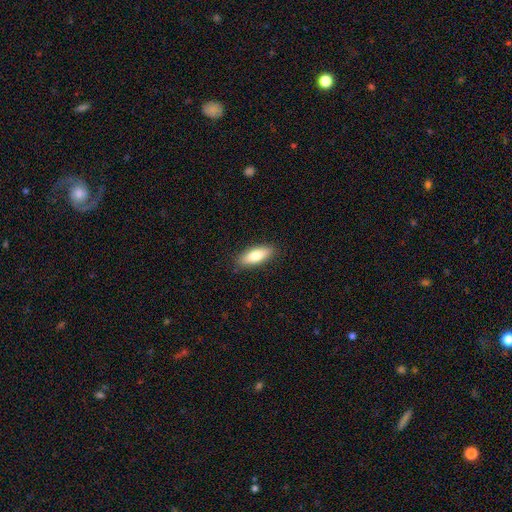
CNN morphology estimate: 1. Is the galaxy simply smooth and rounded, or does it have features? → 76% smooth, 18% featured or disk, 6% star or artifact.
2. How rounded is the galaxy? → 67% in between, 31% cigar-shaped, 2% round.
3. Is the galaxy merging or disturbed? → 88% none, 10% minor disturbance, 2% major disturbance, 1% merger.